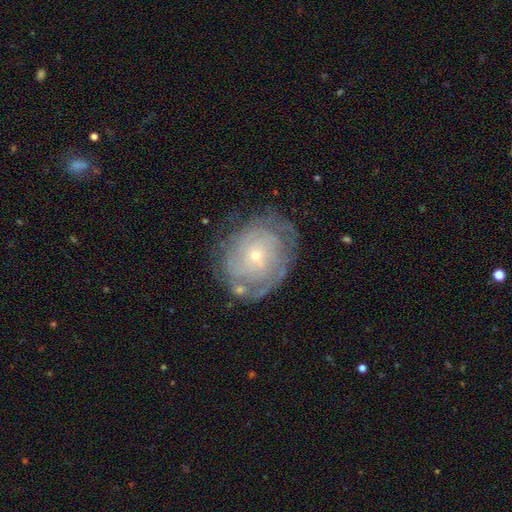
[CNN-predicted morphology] Smooth or featured: featured or disk — 75% (smooth — 18%)
Edge-on disk: no — 97% (yes — 3%)
Bar: no — 81% (weak — 16%)
Spiral arms: yes — 83% (no — 17%)
Spiral winding: tight — 75% (medium — 19%)
Spiral arm count: can't tell — 53% (2 — 13%)
Bulge size: small — 80% (moderate — 17%)
Merging: none — 68% (minor disturbance — 20%)